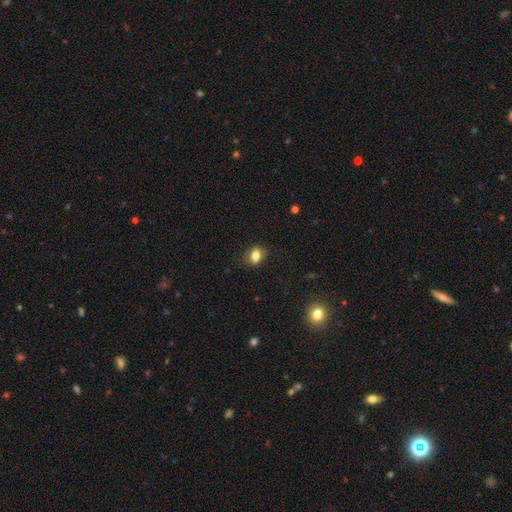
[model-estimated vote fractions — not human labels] This is clearly a smooth galaxy (82%). How rounded: likely in between (63%). Merging: clearly none (82%).